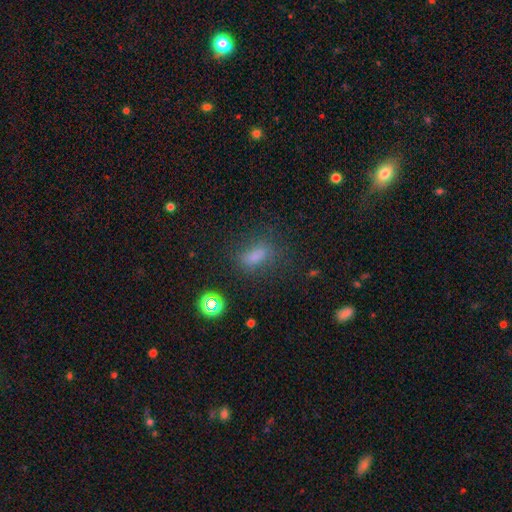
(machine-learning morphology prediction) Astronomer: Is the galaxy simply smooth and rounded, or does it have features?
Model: smooth — 71%.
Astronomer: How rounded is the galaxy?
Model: in between — 75%.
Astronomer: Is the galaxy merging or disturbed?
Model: none — 65%.